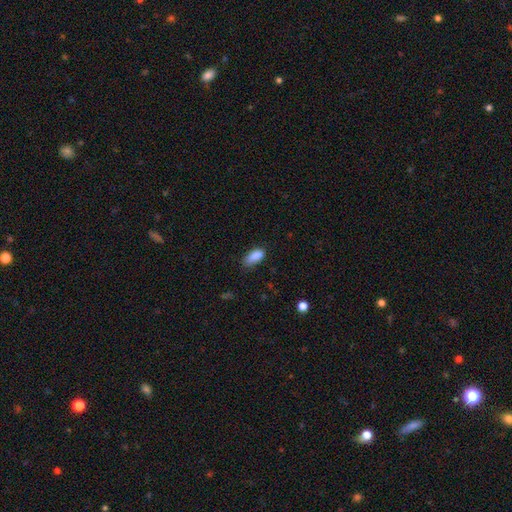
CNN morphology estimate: Overall: smooth (87%). How rounded: in between (86%). Merging: none (59%; minor disturbance 32%).